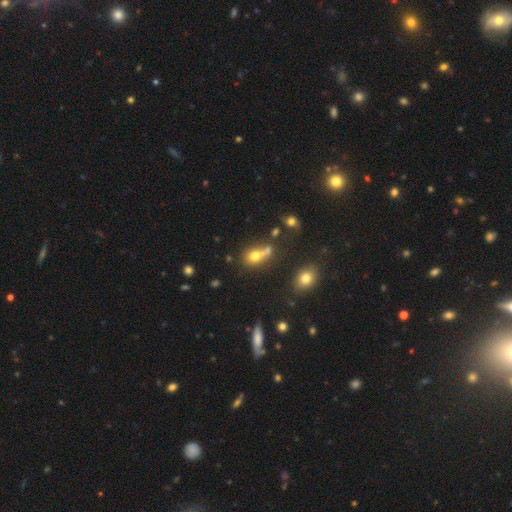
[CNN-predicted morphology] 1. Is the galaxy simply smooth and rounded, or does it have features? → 71% smooth, 15% star or artifact, 14% featured or disk.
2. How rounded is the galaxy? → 59% round, 39% in between, 2% cigar-shaped.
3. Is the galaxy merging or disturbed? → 43% merger, 37% none, 12% minor disturbance, 8% major disturbance.